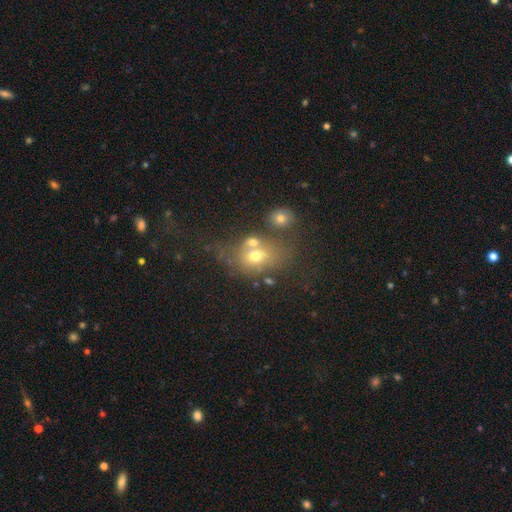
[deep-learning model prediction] smooth-or-featured: smooth: 62% | featured or disk: 22% | star or artifact: 16%
  how-rounded: in between: 53% | round: 45% | cigar-shaped: 1%
  merging: none: 40% | merger: 36% | minor disturbance: 14% | major disturbance: 10%